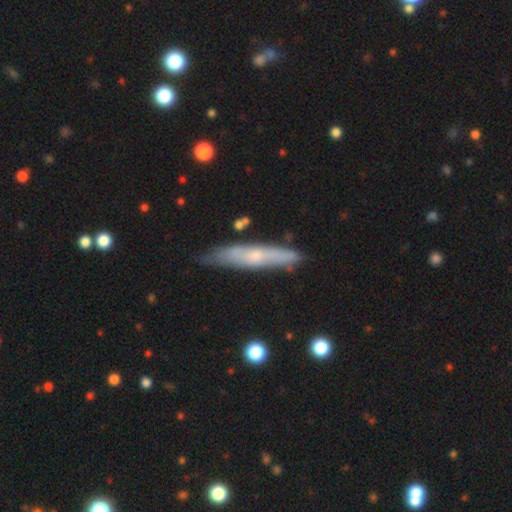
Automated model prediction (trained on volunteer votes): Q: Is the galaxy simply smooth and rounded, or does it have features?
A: featured or disk — 48%.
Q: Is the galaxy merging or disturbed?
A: none — 76%.